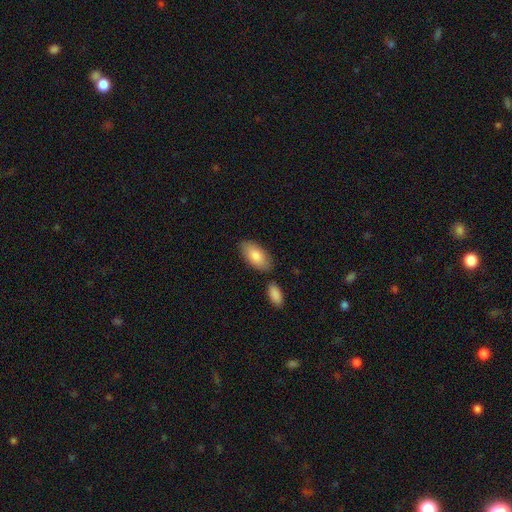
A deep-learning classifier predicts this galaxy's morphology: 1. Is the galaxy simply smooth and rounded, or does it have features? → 84% smooth, 11% featured or disk, 5% star or artifact.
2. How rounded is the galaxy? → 93% in between, 5% cigar-shaped, 2% round.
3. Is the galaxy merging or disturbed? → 76% none, 12% minor disturbance, 9% merger, 3% major disturbance.